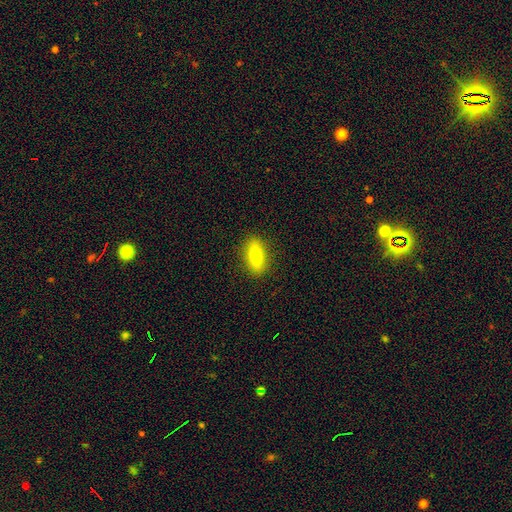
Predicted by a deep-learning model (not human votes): A smooth galaxy with no disk features (72%) that is in between round and cigar-shaped (78%).

Vote fractions:
- Smooth or featured? smooth: 72% / featured or disk: 20% / star or artifact: 8%
- How rounded? in between: 78% / cigar-shaped: 16% / round: 6%
- Merging? none: 88% / minor disturbance: 8% / major disturbance: 2% / merger: 1%